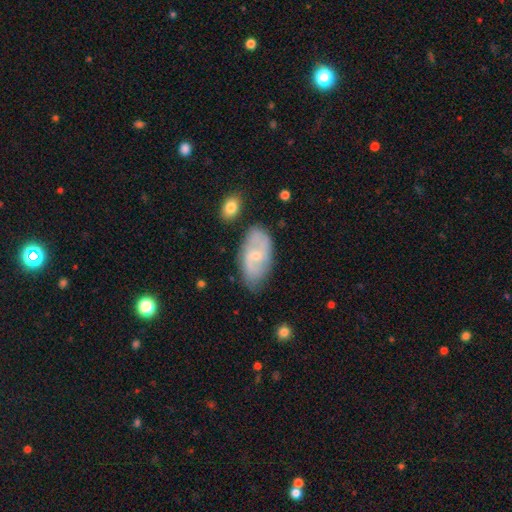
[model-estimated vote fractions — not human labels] featured or disk 61%, smooth 32%, star or artifact 7%. Down the decision tree: edge-on disk — no (93%); bar — no (48%); spiral arms — yes (78%); bulge size — small (68%); merging — none (70%).